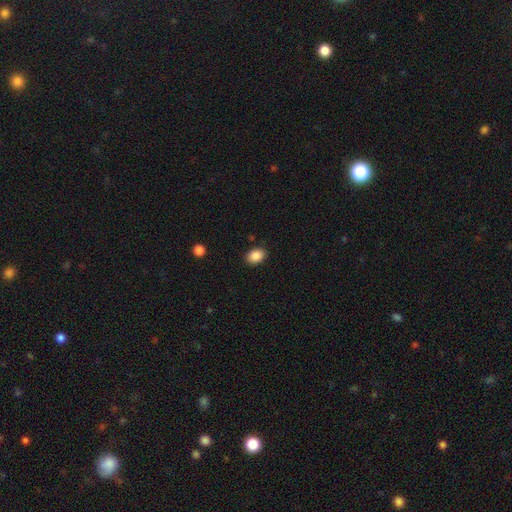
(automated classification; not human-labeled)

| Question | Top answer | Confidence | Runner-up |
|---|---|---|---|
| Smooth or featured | smooth | 88% | star or artifact (8%) |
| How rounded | in between | 72% | round (27%) |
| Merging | none | 88% | minor disturbance (9%) |